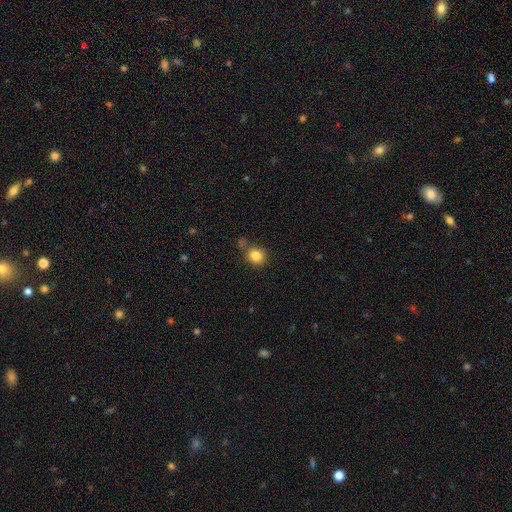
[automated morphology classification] Smooth or featured: smooth — 83% (star or artifact — 11%)
How rounded: round — 84% (in between — 15%)
Merging: none — 70% (minor disturbance — 14%)